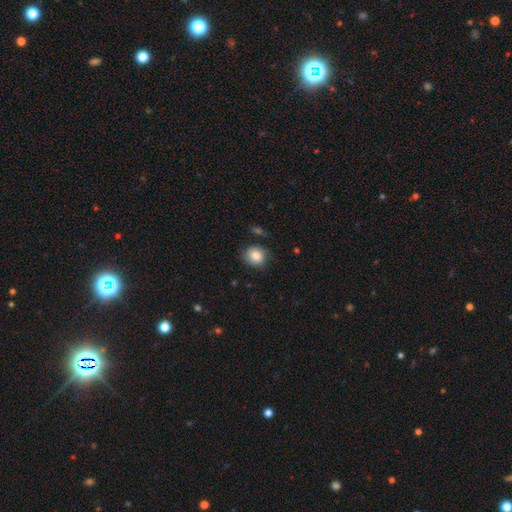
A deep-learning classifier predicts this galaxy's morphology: Smooth or featured? smooth (84%)
How rounded? round (76%)
Merging? none (80%)